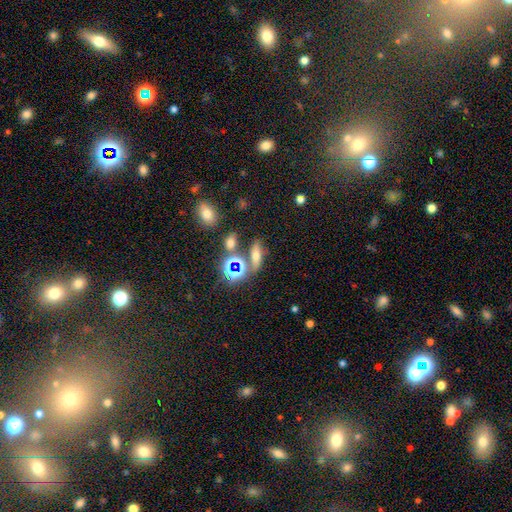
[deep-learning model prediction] smooth_or_featured: smooth (p=0.51) [alt: star or artifact p=0.30]
how_rounded: in between (p=0.51) [alt: cigar-shaped p=0.34]
merging: none (p=0.63) [alt: merger p=0.18]